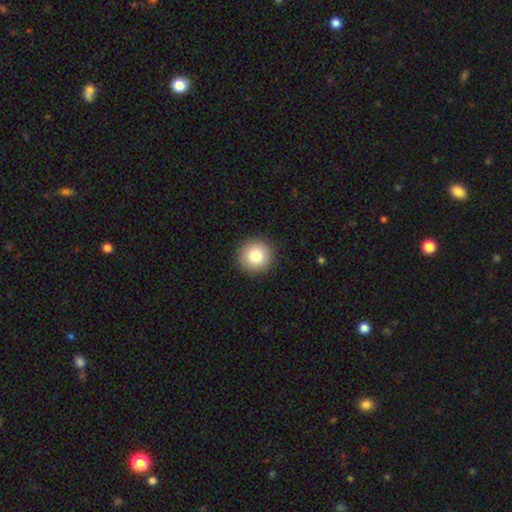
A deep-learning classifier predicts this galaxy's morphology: This is clearly a smooth galaxy (82%). How rounded: clearly round (94%). Merging: clearly none (92%).